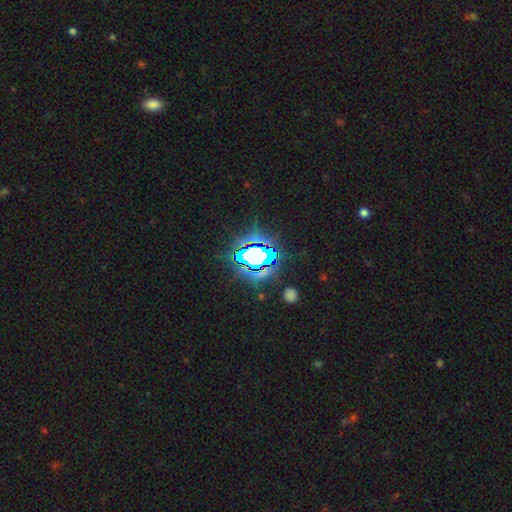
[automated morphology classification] smooth-or-featured: star or artifact: 68% | smooth: 18% | featured or disk: 14%